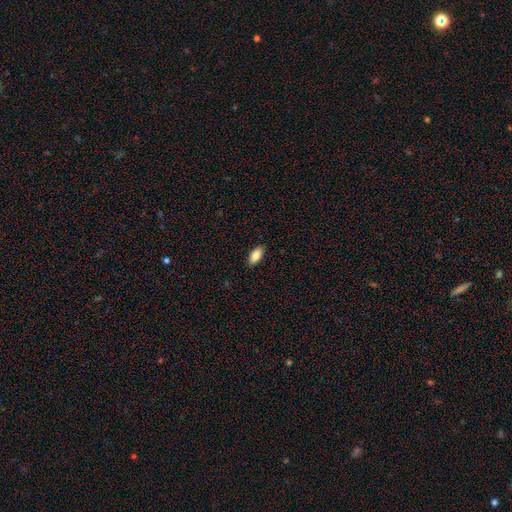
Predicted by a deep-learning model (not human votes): Smooth or featured? smooth (86%)
How rounded? in between (90%)
Merging? none (89%)